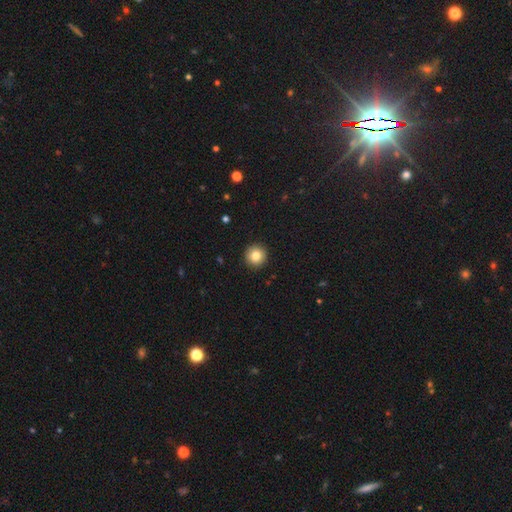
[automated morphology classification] A smooth galaxy with no disk features (83%) that is round (96%).

Vote fractions:
- Smooth or featured? smooth: 83% / star or artifact: 10% / featured or disk: 8%
- How rounded? round: 96% / in between: 3% / cigar-shaped: 1%
- Merging? none: 93% / minor disturbance: 5% / major disturbance: 2% / merger: 1%